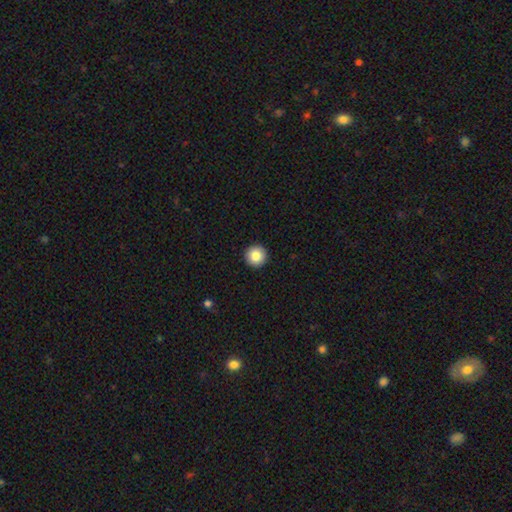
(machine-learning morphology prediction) Q: Smooth or featured?
A: smooth (85%); runner-up: star or artifact (9%)
Q: How rounded?
A: round (97%); runner-up: in between (2%)
Q: Merging?
A: none (94%); runner-up: minor disturbance (4%)